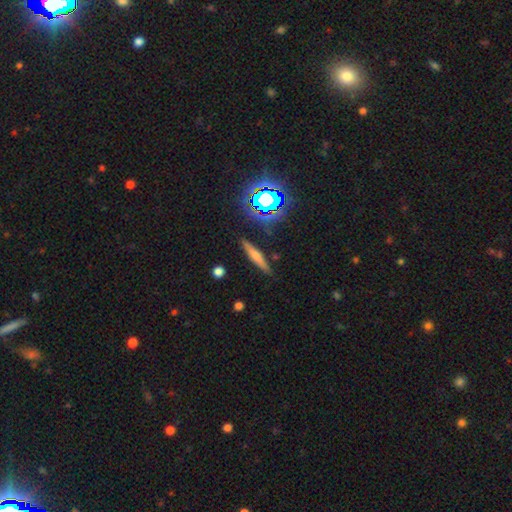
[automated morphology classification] type=smooth (52%); roundness=cigar-shaped (86%); merging=none (86%).